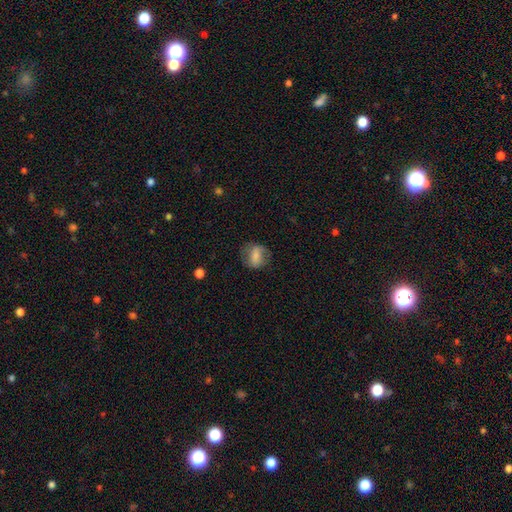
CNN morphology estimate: Smooth or featured: smooth — 64% (featured or disk — 27%)
How rounded: in between — 51% (round — 46%)
Merging: none — 70% (minor disturbance — 19%)